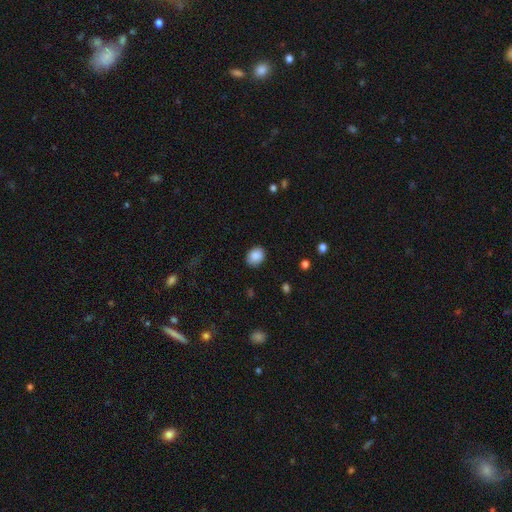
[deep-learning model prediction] Smooth or featured?
  - smooth: 88% *
  - star or artifact: 8%
  - featured or disk: 4%
How rounded?
  - in between: 57% *
  - round: 42%
  - cigar-shaped: 1%
Merging?
  - none: 85% *
  - minor disturbance: 11%
  - major disturbance: 2%
  - merger: 1%